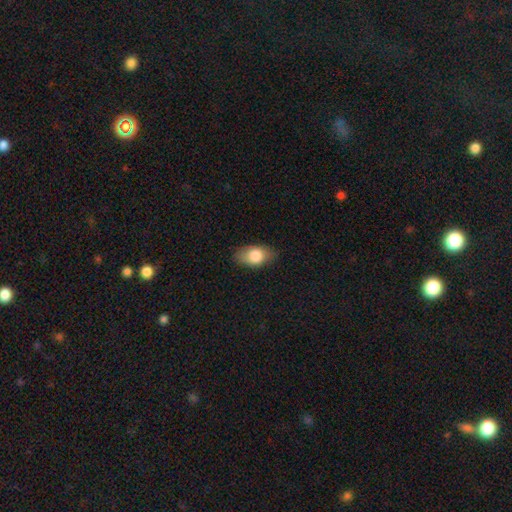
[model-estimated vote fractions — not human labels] smooth-or-featured: smooth: 79% | featured or disk: 13% | star or artifact: 7%
  how-rounded: in between: 87% | round: 10% | cigar-shaped: 3%
  merging: none: 79% | minor disturbance: 16% | major disturbance: 4% | merger: 1%